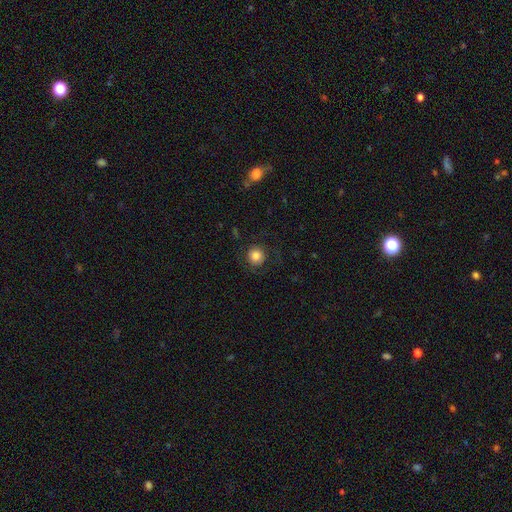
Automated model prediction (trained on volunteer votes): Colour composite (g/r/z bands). It shows a smooth galaxy with no disk features (80%) that is round (93%). Merging: none (79%).